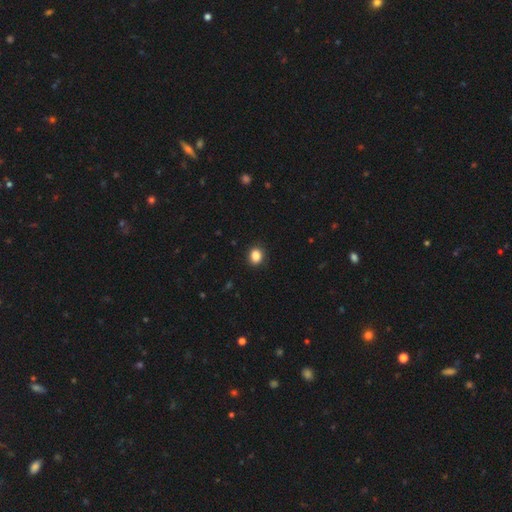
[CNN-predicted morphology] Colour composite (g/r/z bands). It shows a smooth galaxy with no disk features (87%) that is round (55%). Merging: none (90%).